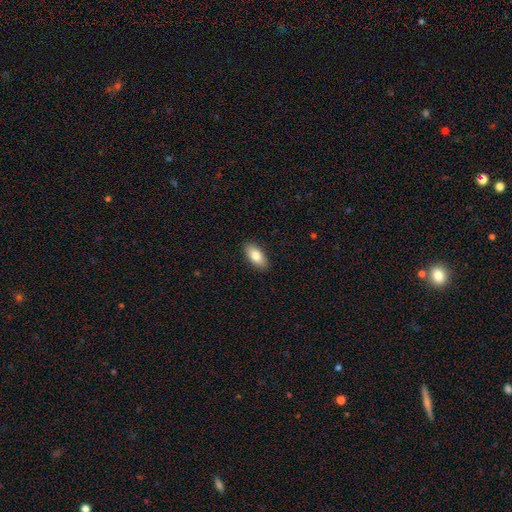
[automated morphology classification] Smooth or featured? smooth (84%)
How rounded? in between (90%)
Merging? none (89%)